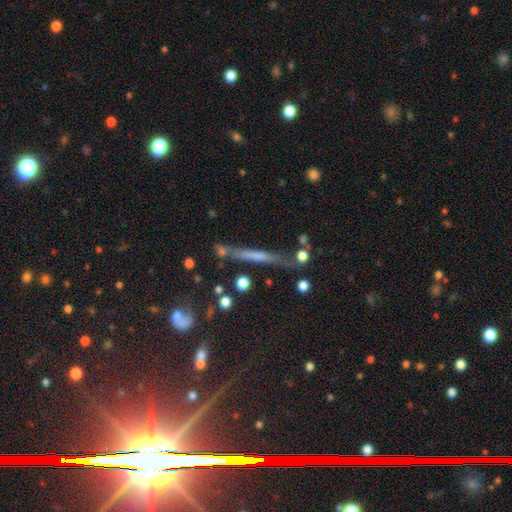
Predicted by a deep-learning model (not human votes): smooth_or_featured: featured or disk (p=0.48) [alt: smooth p=0.38]
merging: none (p=0.73) [alt: minor disturbance p=0.15]